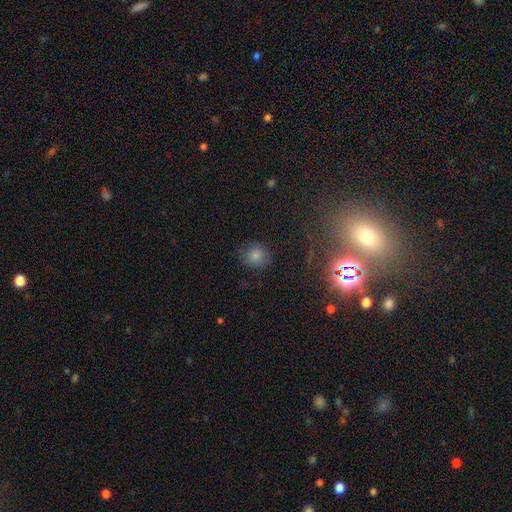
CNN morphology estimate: Smooth or featured?
  - smooth: 80% *
  - star or artifact: 13%
  - featured or disk: 7%
How rounded?
  - round: 84% *
  - in between: 15%
  - cigar-shaped: 1%
Merging?
  - none: 80% *
  - minor disturbance: 14%
  - major disturbance: 4%
  - merger: 2%